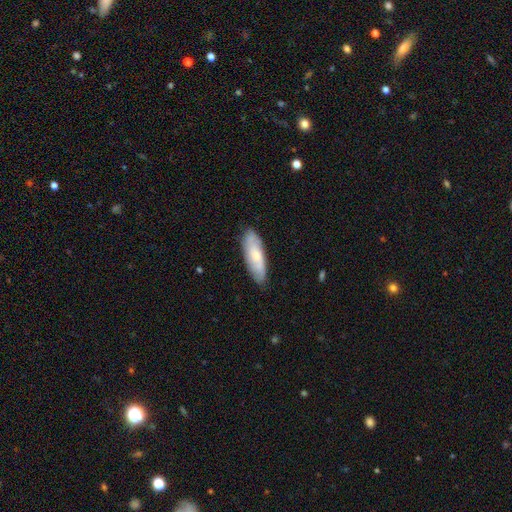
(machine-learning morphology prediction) Smooth or featured? smooth (56%)
How rounded? in between (57%)
Merging? none (83%)